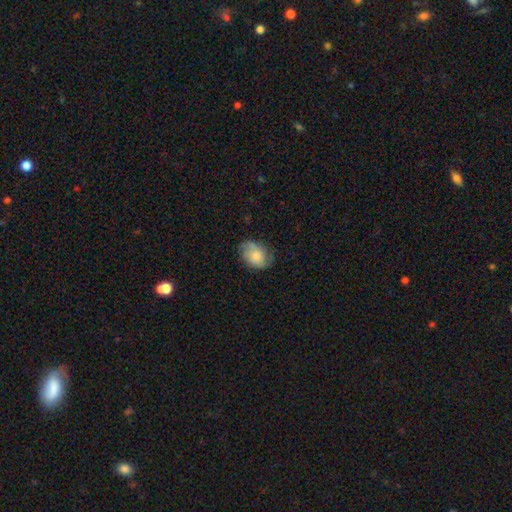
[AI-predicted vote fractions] This is possibly a smooth galaxy (59%). How rounded: likely in between (72%). Merging: likely none (63%).